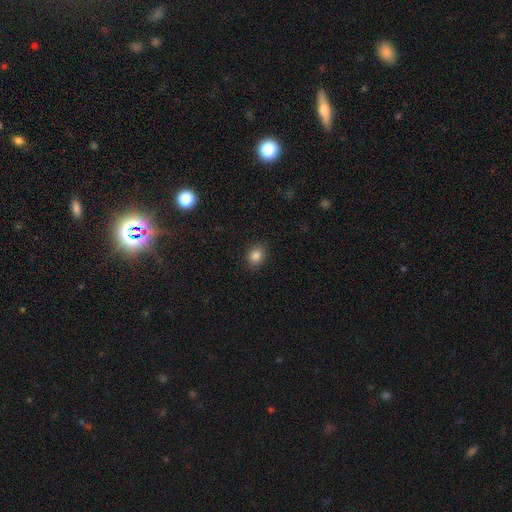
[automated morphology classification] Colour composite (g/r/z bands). It shows a smooth galaxy with no disk features (84%) that is round (65%). Merging: none (88%).